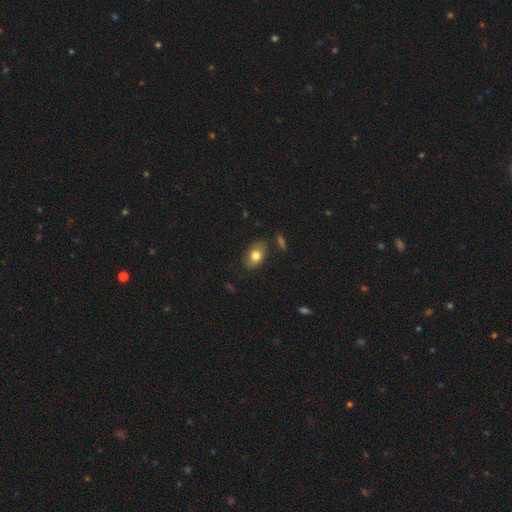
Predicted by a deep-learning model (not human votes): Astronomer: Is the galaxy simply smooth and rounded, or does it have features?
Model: smooth — 78%.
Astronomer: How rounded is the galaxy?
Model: in between — 85%.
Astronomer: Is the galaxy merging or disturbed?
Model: none — 79%.